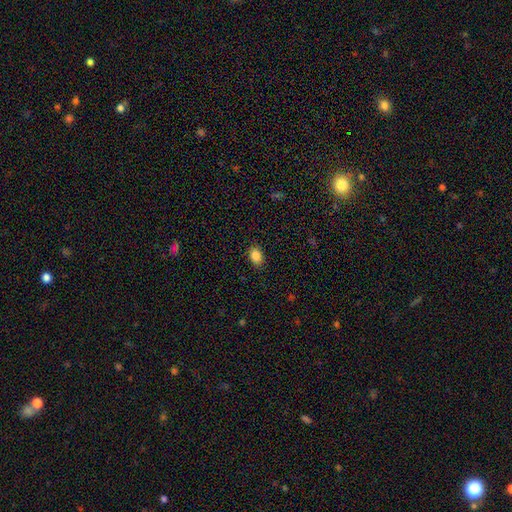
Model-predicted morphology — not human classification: This is clearly a smooth galaxy (86%). How rounded: likely in between (78%). Merging: clearly none (87%).